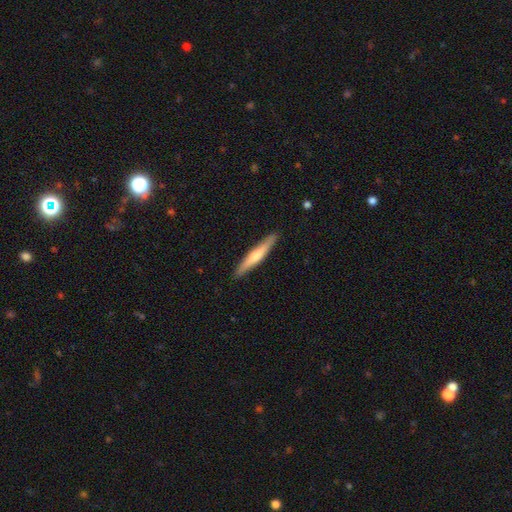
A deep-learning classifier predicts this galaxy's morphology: smooth-or-featured: smooth: 49% | featured or disk: 46% | star or artifact: 5%
  merging: none: 91% | minor disturbance: 7% | major disturbance: 1% | merger: 1%